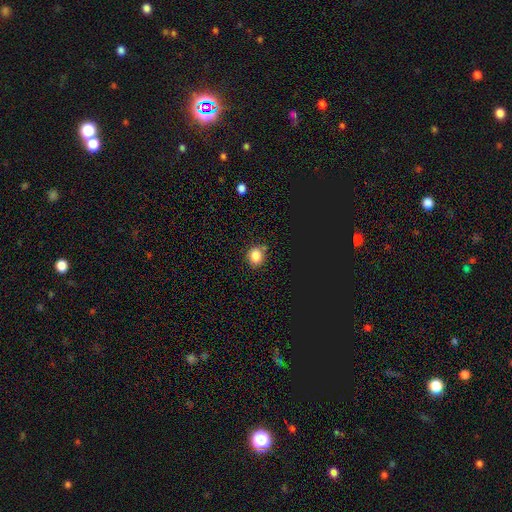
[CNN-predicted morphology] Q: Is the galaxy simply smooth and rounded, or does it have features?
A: smooth — 82%.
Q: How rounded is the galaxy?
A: round — 72%.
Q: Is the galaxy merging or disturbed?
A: none — 78%.